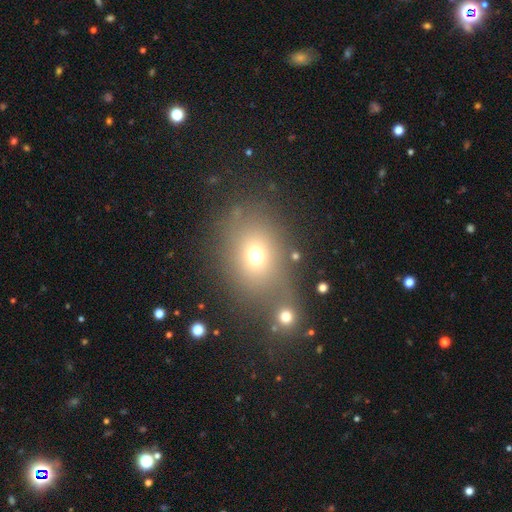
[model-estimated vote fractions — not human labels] Smooth or featured: smooth — 68% (star or artifact — 18%)
How rounded: in between — 49% (tied with round — 49%)
Merging: none — 53% (merger — 28%)